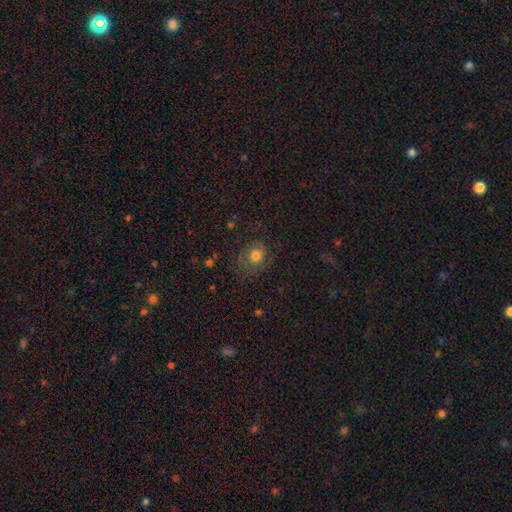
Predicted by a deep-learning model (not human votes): smooth 66%, featured or disk 20%, star or artifact 15%. Down the decision tree: how rounded — round (70%); merging — none (73%).